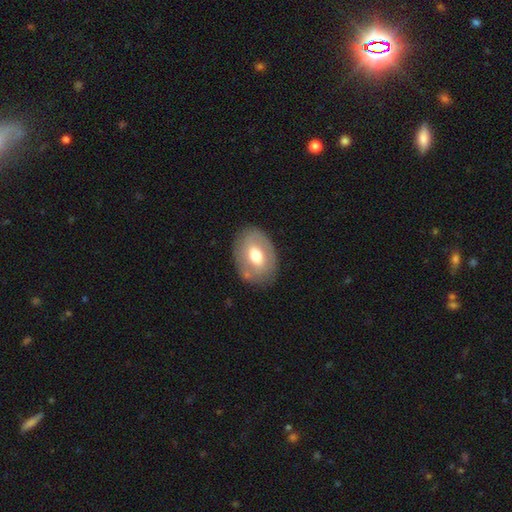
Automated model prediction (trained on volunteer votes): Smooth or featured: smooth — 55% (featured or disk — 39%)
How rounded: in between — 79% (round — 20%)
Merging: none — 79% (minor disturbance — 14%)